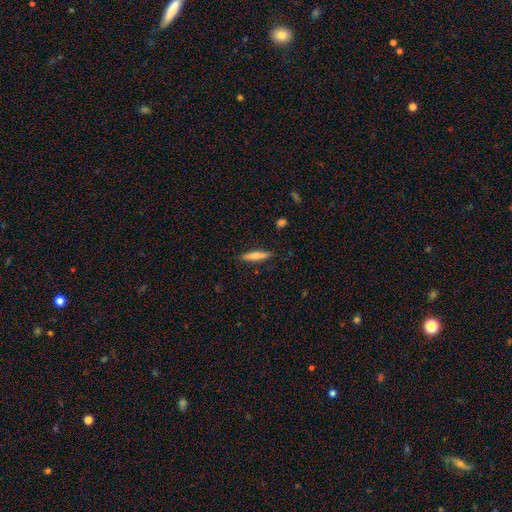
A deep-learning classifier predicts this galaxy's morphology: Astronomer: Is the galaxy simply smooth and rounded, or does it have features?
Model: smooth — 69%.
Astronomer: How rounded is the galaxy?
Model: cigar-shaped — 83%.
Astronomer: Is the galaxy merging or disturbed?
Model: none — 88%.